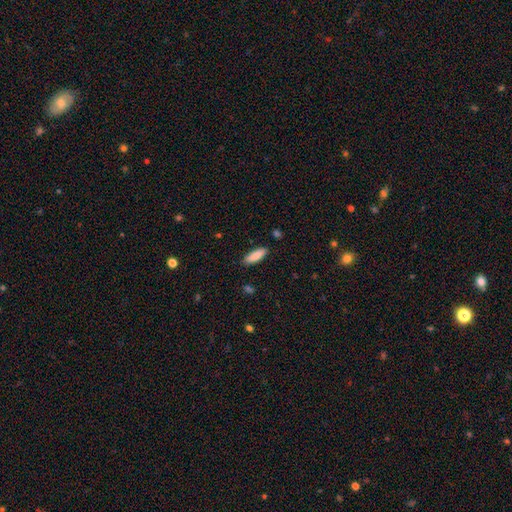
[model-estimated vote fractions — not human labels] A smooth galaxy with no disk features (88%) that is in between round and cigar-shaped (53%).

Vote fractions:
- Smooth or featured? smooth: 88% / featured or disk: 6% / star or artifact: 6%
- How rounded? in between: 53% / cigar-shaped: 45% / round: 2%
- Merging? none: 87% / minor disturbance: 10% / major disturbance: 2% / merger: 1%